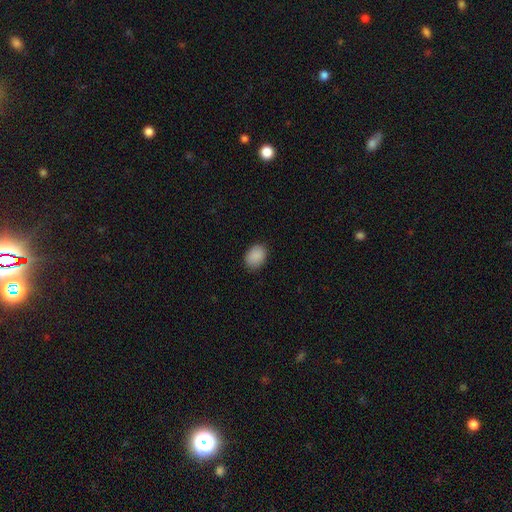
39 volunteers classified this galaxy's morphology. Volunteers were most divided on "how rounded": in between: 81%, round: 19%, cigar-shaped: 0%. More confident: smooth or featured — smooth (92%); merging — none (92%).